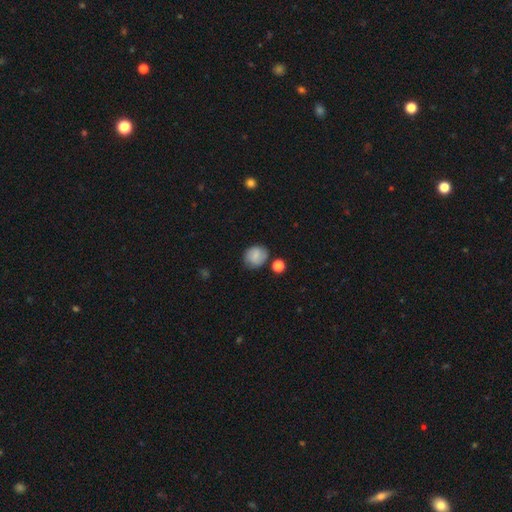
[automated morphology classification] A smooth galaxy with no disk features (72%) that is round (75%).

Vote fractions:
- Smooth or featured? smooth: 72% / featured or disk: 19% / star or artifact: 9%
- How rounded? round: 75% / in between: 24% / cigar-shaped: 1%
- Merging? none: 78% / minor disturbance: 13% / merger: 5% / major disturbance: 4%